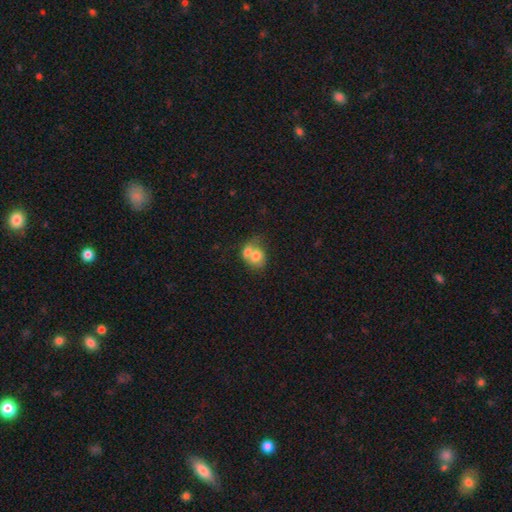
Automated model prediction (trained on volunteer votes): Smooth or featured? smooth (67%)
How rounded? round (57%)
Merging? merger (70%)